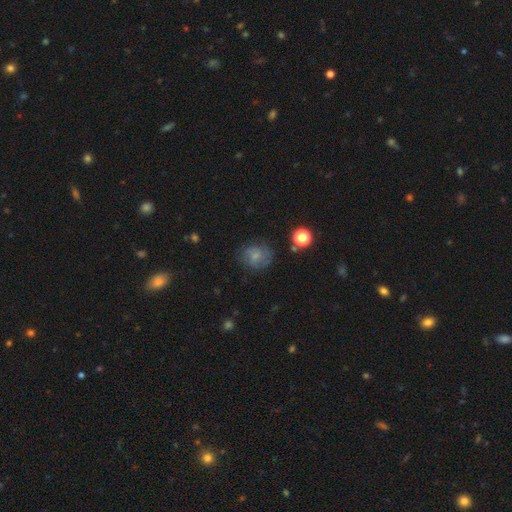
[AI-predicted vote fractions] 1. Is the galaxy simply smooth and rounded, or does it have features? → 56% smooth, 32% featured or disk, 12% star or artifact.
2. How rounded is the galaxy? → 72% round, 27% in between, 1% cigar-shaped.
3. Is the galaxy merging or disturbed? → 67% none, 21% minor disturbance, 9% major disturbance, 2% merger.